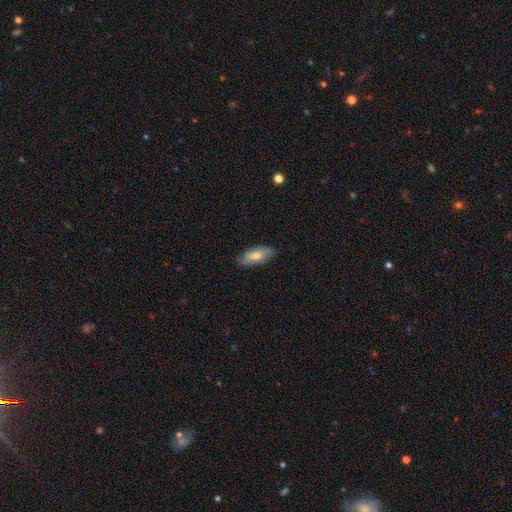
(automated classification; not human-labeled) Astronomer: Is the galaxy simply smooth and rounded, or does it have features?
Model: smooth — 65%.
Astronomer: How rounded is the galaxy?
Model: in between — 85%.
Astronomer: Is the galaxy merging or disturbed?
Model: none — 78%.